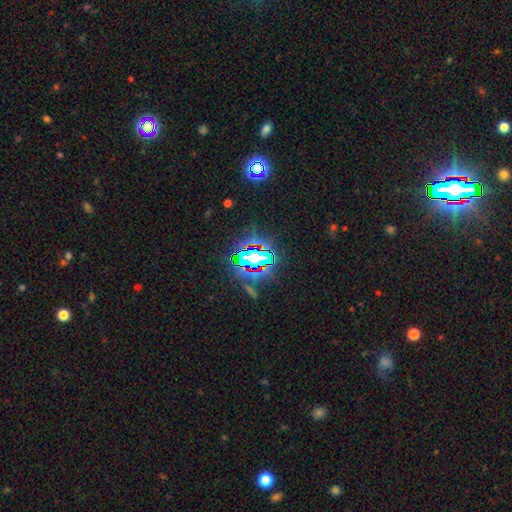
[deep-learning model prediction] Overall: star or artifact (78%).